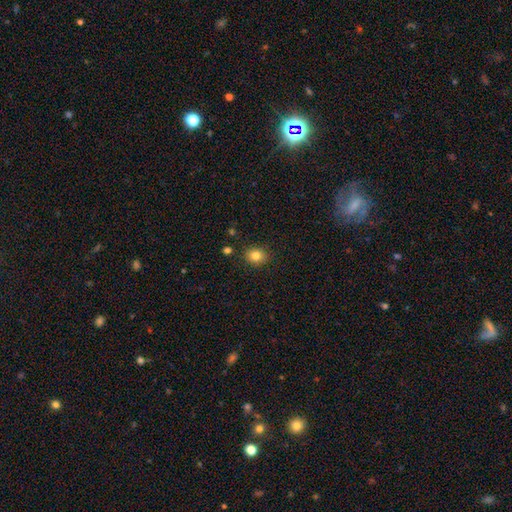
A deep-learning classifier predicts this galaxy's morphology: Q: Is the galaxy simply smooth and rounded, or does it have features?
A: smooth — 83%.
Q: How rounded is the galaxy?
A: round — 69%.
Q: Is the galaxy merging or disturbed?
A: none — 88%.